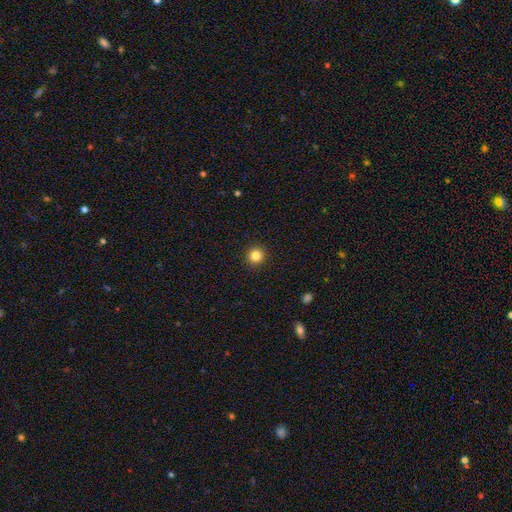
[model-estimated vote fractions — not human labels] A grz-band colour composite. It shows a smooth galaxy with no disk features (83%) that is round (95%). Merging: none (93%).